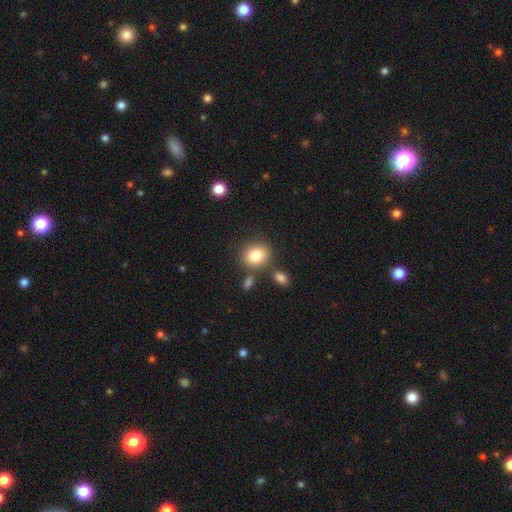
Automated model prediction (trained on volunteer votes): This is clearly a smooth galaxy (82%). How rounded: possibly round (52%). Merging: likely none (71%).